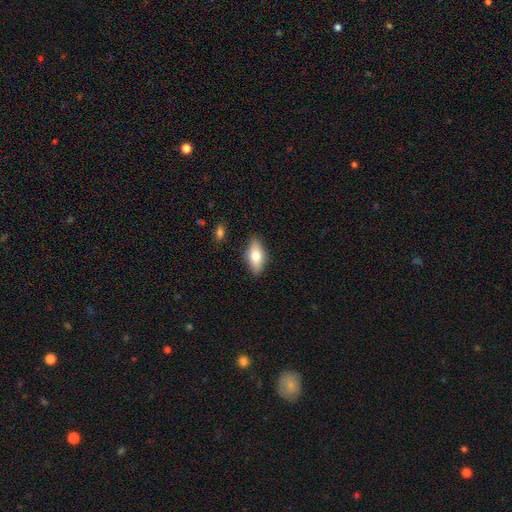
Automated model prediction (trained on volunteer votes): Q: Smooth or featured?
A: smooth (72%); runner-up: featured or disk (21%)
Q: How rounded?
A: in between (85%); runner-up: cigar-shaped (11%)
Q: Merging?
A: none (84%); runner-up: minor disturbance (12%)